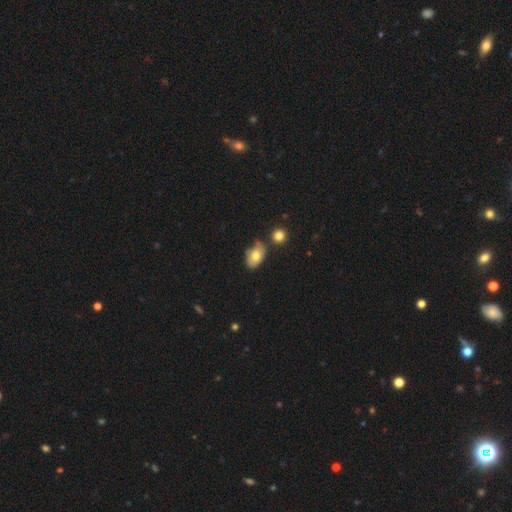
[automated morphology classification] Smooth or featured?
  - smooth: 67% *
  - featured or disk: 25%
  - star or artifact: 8%
How rounded?
  - in between: 84% *
  - round: 14%
  - cigar-shaped: 1%
Merging?
  - none: 48% *
  - minor disturbance: 30%
  - merger: 11%
  - major disturbance: 10%